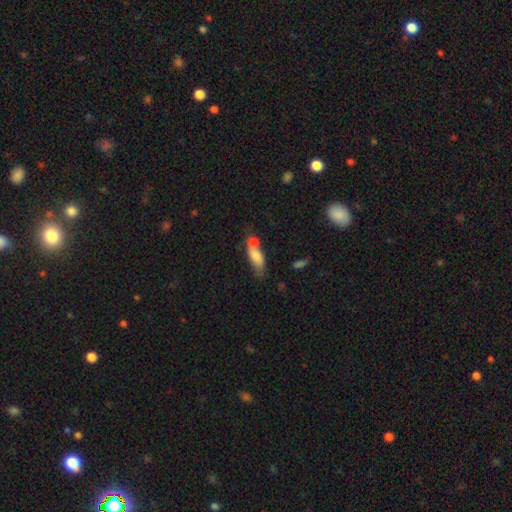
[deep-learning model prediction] This is likely a smooth galaxy (72%). How rounded: likely in between (71%). Merging: possibly merger (46%).